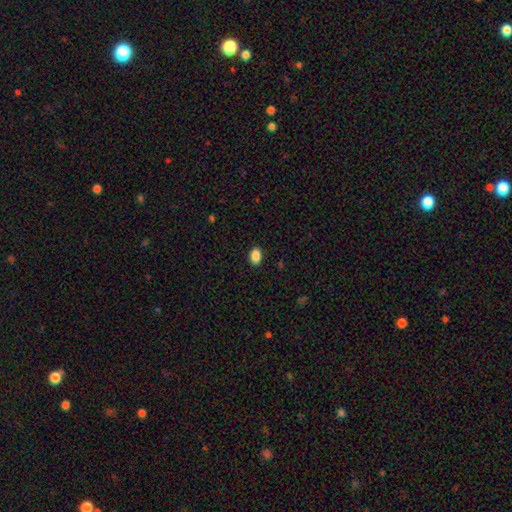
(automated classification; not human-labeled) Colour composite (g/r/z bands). It shows a smooth galaxy with no disk features (89%) that is in between round and cigar-shaped (85%). Merging: none (89%).